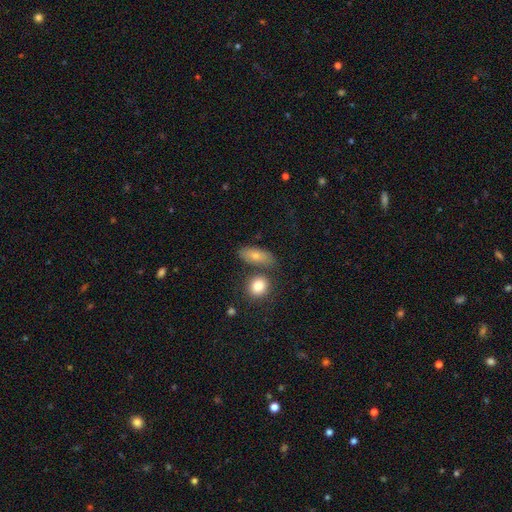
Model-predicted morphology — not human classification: type=smooth (78%); roundness=in between (76%); merging=none (67%).